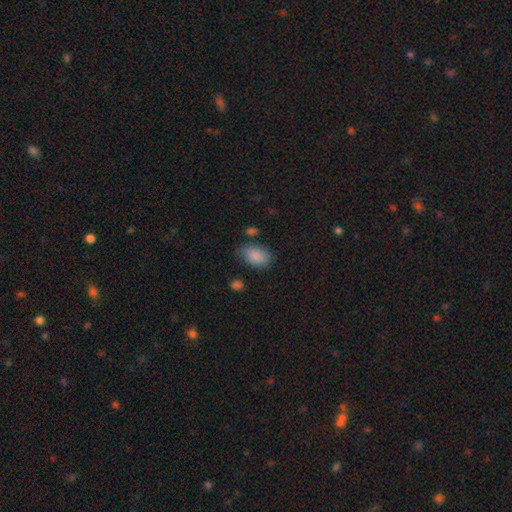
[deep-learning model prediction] The model was most divided on "merging": none: 71%, minor disturbance: 20%, major disturbance: 5%, merger: 4%. More confident: how rounded — in between (88%); smooth or featured — smooth (88%).